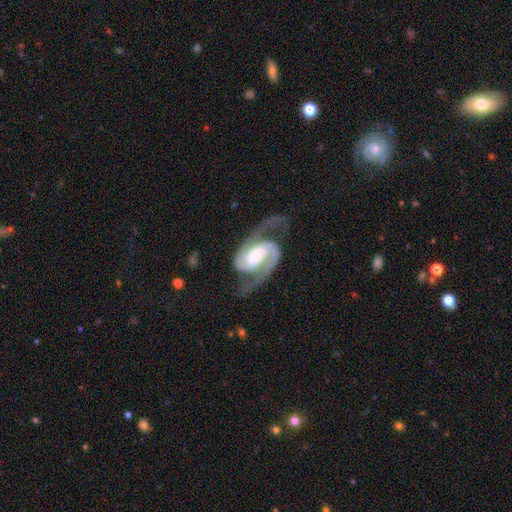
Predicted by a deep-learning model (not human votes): The model was most divided on "bar": weak: 38%, no: 32%, strong: 30%. Remaining: spiral arms — yes (98%); edge-on disk — no (98%); spiral arm count — 2 (94%); smooth or featured — featured or disk (93%); merging — none (68%); spiral winding — medium (56%); bulge size — moderate (39%).